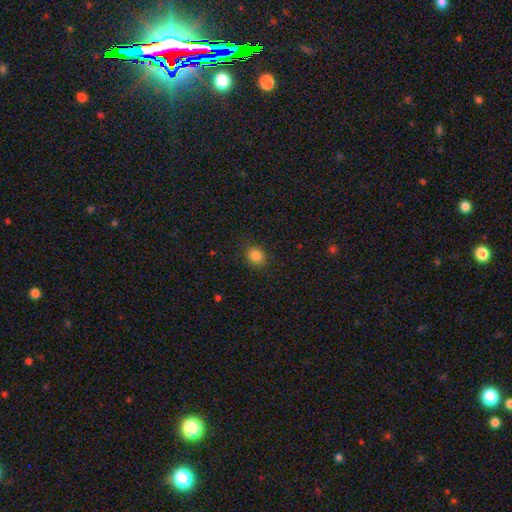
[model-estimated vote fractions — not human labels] Smooth or featured?
  - smooth: 84% *
  - star or artifact: 11%
  - featured or disk: 5%
How rounded?
  - round: 65% *
  - in between: 34%
  - cigar-shaped: 1%
Merging?
  - none: 87% *
  - minor disturbance: 9%
  - major disturbance: 3%
  - merger: 1%